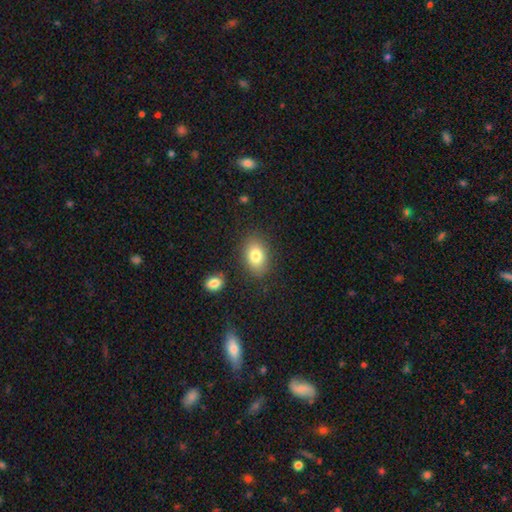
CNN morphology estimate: smooth-or-featured: smooth: 81% | featured or disk: 10% | star or artifact: 9%
  how-rounded: in between: 81% | round: 17% | cigar-shaped: 1%
  merging: none: 83% | minor disturbance: 11% | major disturbance: 3% | merger: 3%